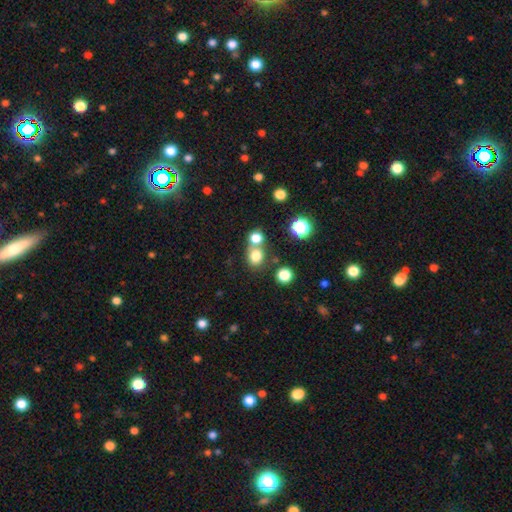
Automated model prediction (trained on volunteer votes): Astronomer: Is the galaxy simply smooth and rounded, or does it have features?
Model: smooth — 76%.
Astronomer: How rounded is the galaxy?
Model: round — 68%.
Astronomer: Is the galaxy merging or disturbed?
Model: none — 56%.